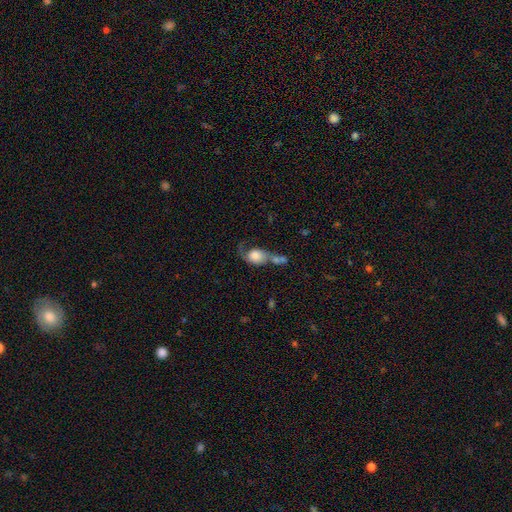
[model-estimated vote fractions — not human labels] The model was most divided on "how rounded": in between: 49%, round: 48%, cigar-shaped: 3%. Remaining: smooth or featured — smooth (57%); merging — merger (43%).